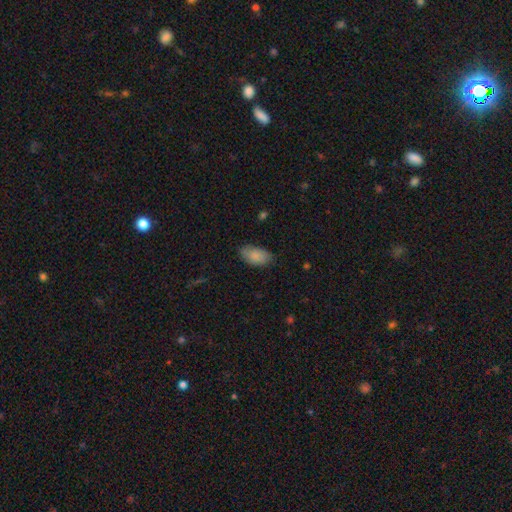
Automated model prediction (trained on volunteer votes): The model was most divided on "merging": none: 74%, minor disturbance: 21%, major disturbance: 4%, merger: 1%. More confident: how rounded — in between (93%); smooth or featured — smooth (83%).